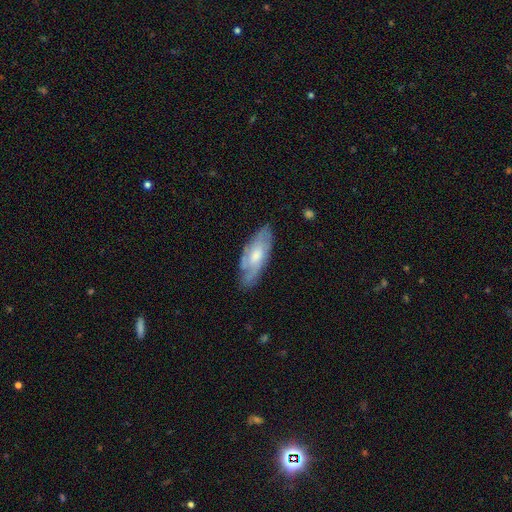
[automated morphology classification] smooth_or_featured: featured or disk (p=0.59) [alt: smooth p=0.36]
disk_edge_on: no (p=0.82) [alt: yes p=0.18]
merging: none (p=0.73) [alt: minor disturbance p=0.20]